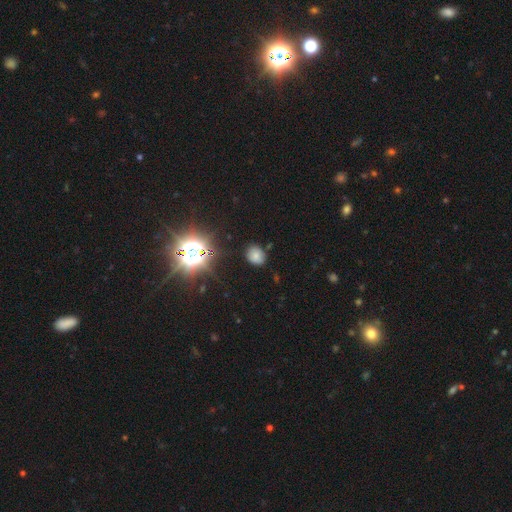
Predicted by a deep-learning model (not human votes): Q: Smooth or featured?
A: smooth (70%); runner-up: star or artifact (22%)
Q: How rounded?
A: round (55%); runner-up: in between (44%)
Q: Merging?
A: none (78%); runner-up: minor disturbance (16%)